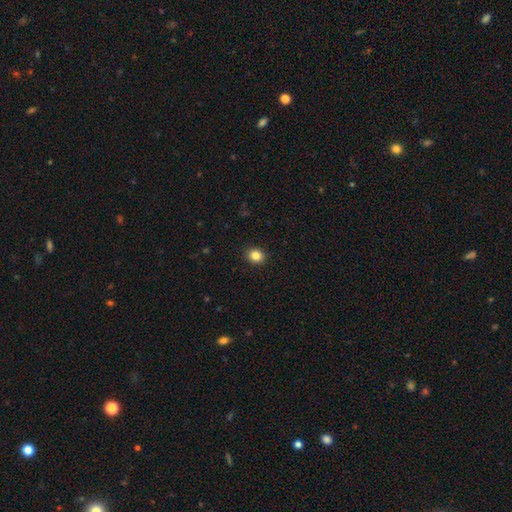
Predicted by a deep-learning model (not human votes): Overall: smooth (85%). How rounded: round (65%; in between 34%). Merging: none (91%).